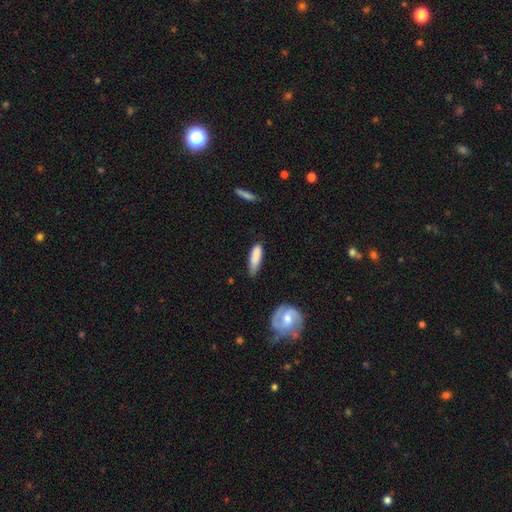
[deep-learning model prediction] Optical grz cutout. It shows a smooth galaxy with no disk features (84%) that is cigar-shaped (54%). Merging: none (56%).